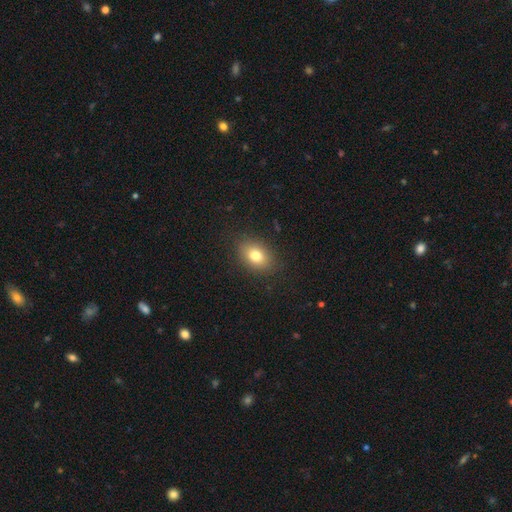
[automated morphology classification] smooth_or_featured: smooth (p=0.79) [alt: featured or disk p=0.11]
how_rounded: in between (p=0.75) [alt: round p=0.23]
merging: none (p=0.86) [alt: minor disturbance p=0.10]